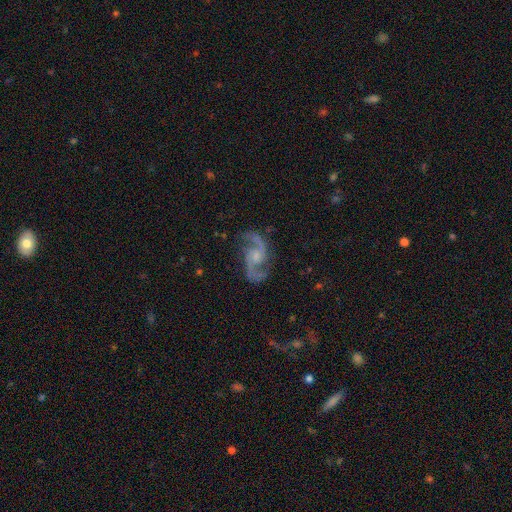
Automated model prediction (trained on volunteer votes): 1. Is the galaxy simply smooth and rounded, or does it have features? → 91% featured or disk, 5% star or artifact, 3% smooth.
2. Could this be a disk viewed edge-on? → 98% no, 2% yes.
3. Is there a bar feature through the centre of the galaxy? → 58% no, 35% weak, 7% strong.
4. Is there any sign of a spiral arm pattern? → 98% yes, 2% no.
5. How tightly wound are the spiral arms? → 47% loose, 45% medium, 8% tight.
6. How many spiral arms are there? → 94% 2, 2% can't tell, 1% 3, 1% 1, 1% 4, 1% more than 4.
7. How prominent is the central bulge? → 47% small, 34% moderate, 14% none, 3% large, 1% dominant.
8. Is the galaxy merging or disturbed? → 77% none, 14% minor disturbance, 7% major disturbance, 2% merger.